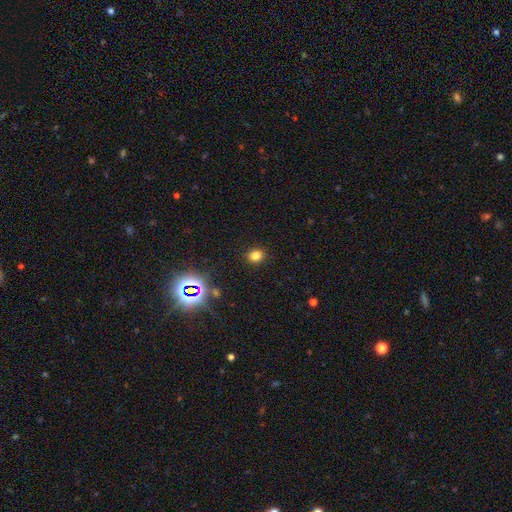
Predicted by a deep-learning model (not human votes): Smooth or featured? Predicted: smooth (p=0.79). How rounded? Predicted: round (p=0.61). Merging? Predicted: none (p=0.90).